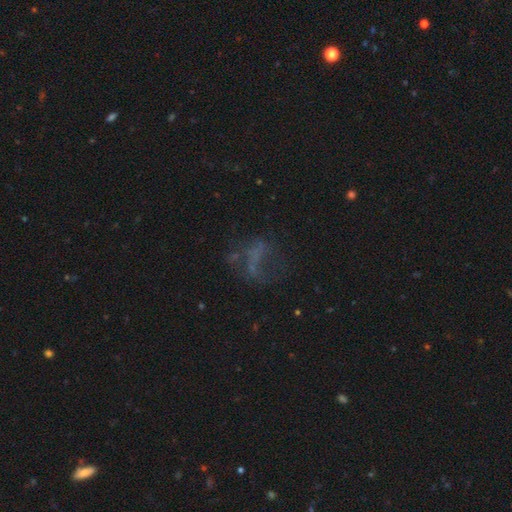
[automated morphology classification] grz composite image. It shows a featured or disk galaxy (39%). Merging: none (44%).